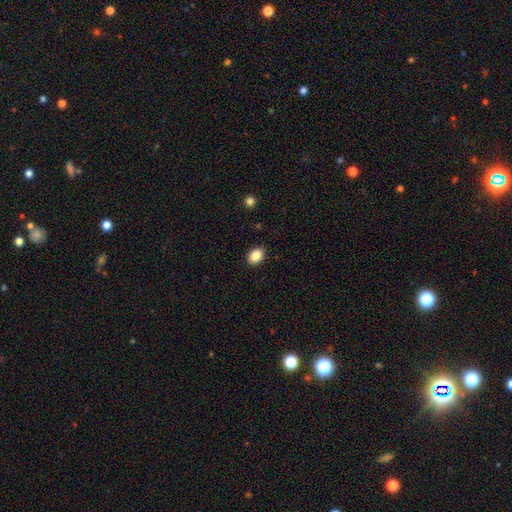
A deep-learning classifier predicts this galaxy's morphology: smooth 87%, star or artifact 9%, featured or disk 4%. Down the decision tree: how rounded — in between (73%); merging — none (90%).